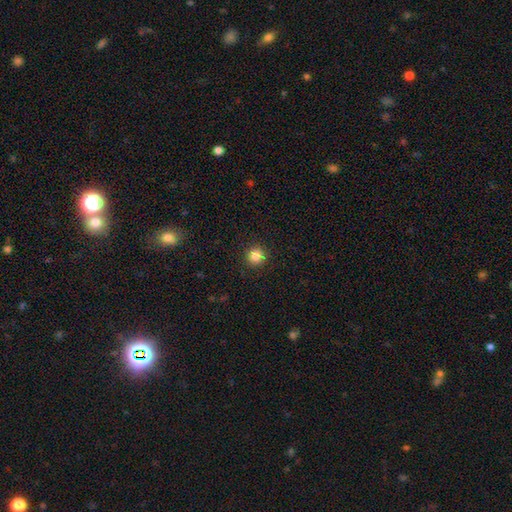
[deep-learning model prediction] smooth-or-featured: smooth: 84% | star or artifact: 12% | featured or disk: 4%
  how-rounded: round: 94% | in between: 5% | cigar-shaped: 1%
  merging: none: 90% | minor disturbance: 7% | major disturbance: 2% | merger: 1%